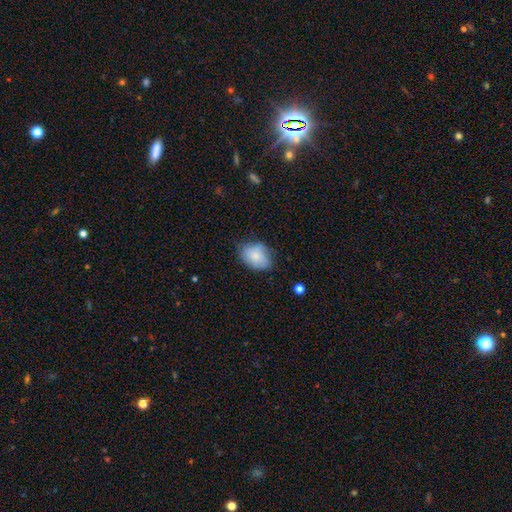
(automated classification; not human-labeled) This is likely a smooth galaxy (72%). How rounded: likely in between (74%). Merging: likely none (66%).